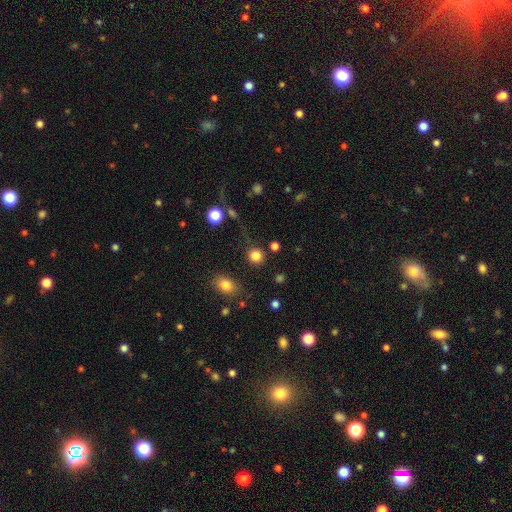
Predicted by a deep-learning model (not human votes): Smooth or featured? Predicted: smooth (p=0.83). How rounded? Predicted: round (p=0.91). Merging? Predicted: none (p=0.83).